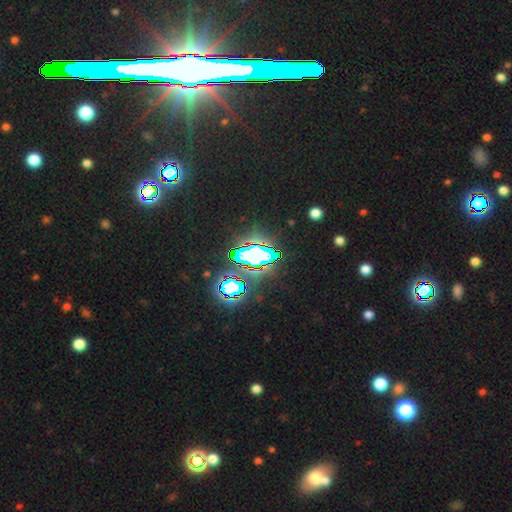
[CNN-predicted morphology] A star or artifact, not a galaxy (73%).

Vote fractions:
- Smooth or featured? star or artifact: 73% / smooth: 16% / featured or disk: 11%